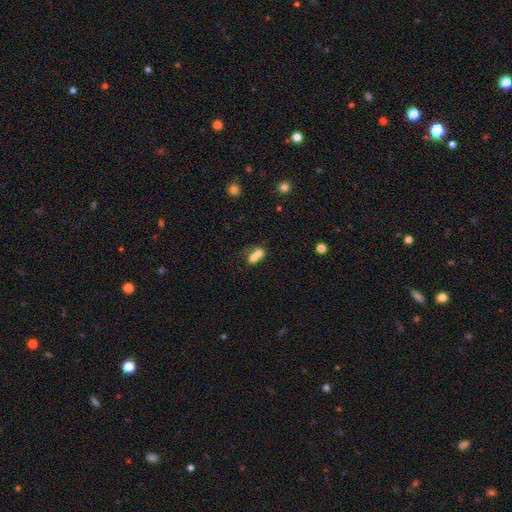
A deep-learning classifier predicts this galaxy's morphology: Smooth or featured?
  - smooth: 70% *
  - featured or disk: 19%
  - star or artifact: 11%
How rounded?
  - in between: 61% *
  - round: 35%
  - cigar-shaped: 4%
Merging?
  - merger: 70% *
  - none: 19%
  - minor disturbance: 6%
  - major disturbance: 5%